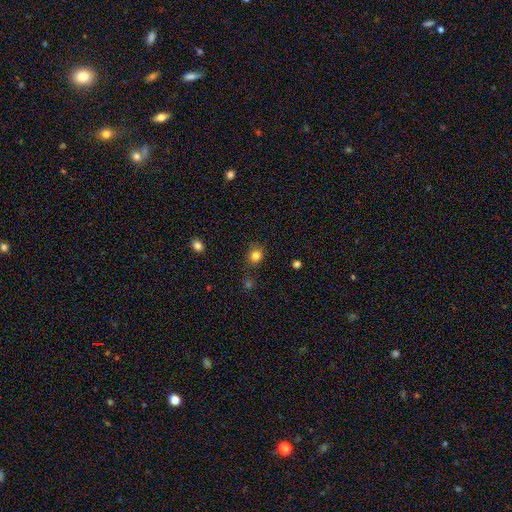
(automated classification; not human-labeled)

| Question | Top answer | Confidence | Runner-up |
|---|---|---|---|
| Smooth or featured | smooth | 83% | star or artifact (12%) |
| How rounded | round | 76% | in between (23%) |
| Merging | none | 78% | minor disturbance (14%) |